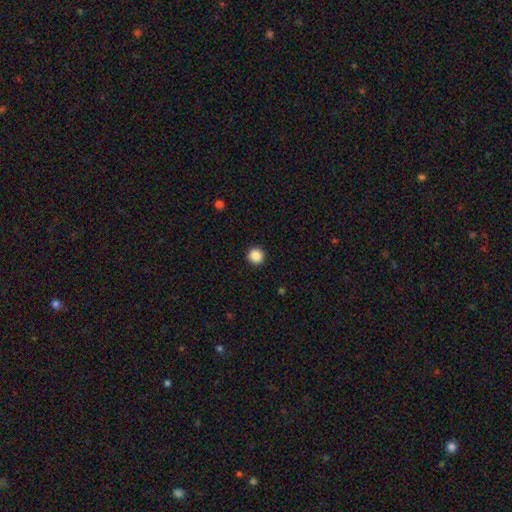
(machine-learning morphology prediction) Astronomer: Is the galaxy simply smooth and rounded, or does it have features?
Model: smooth — 88%.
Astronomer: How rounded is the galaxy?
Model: round — 95%.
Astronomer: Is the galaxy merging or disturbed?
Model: none — 93%.